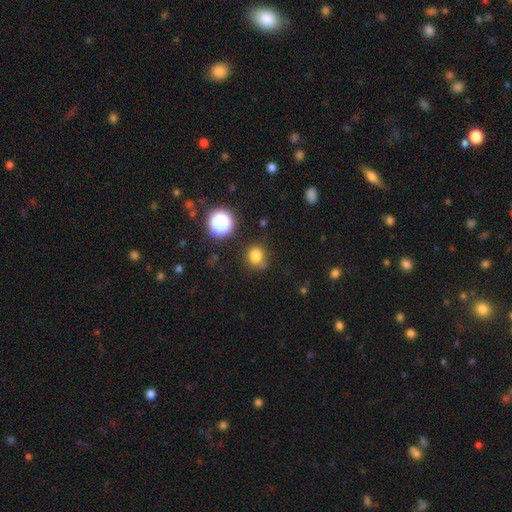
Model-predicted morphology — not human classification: A smooth galaxy with no disk features (79%) that is round (79%). Merging: none (72%).